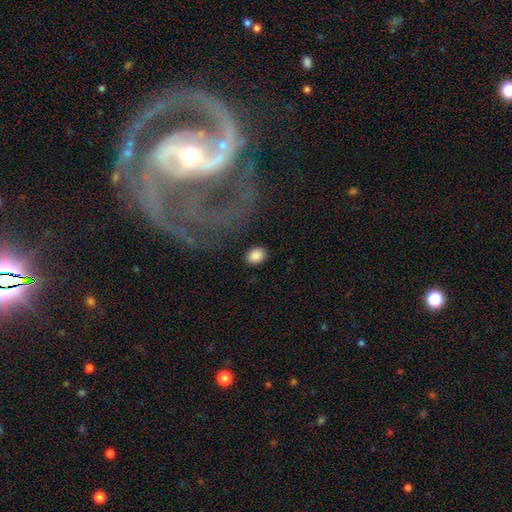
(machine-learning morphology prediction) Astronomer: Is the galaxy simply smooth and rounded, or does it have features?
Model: smooth — 86%.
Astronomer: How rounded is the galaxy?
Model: in between — 52% (runner-up: round, 47%).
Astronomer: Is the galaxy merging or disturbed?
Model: none — 86%.